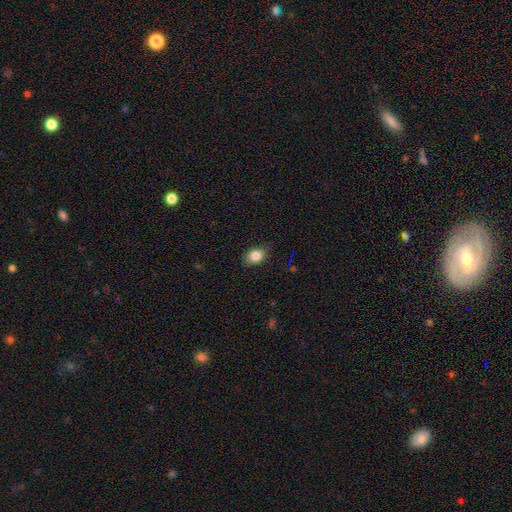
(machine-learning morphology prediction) smooth-or-featured: smooth: 84% | star or artifact: 9% | featured or disk: 7%
  how-rounded: in between: 65% | round: 34% | cigar-shaped: 1%
  merging: none: 79% | minor disturbance: 17% | major disturbance: 3% | merger: 1%